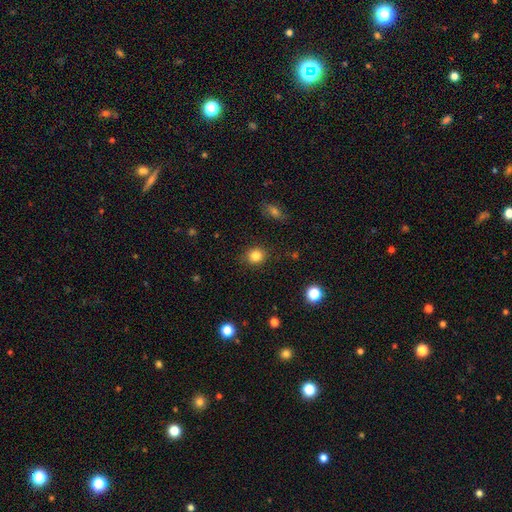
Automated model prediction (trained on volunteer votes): smooth-or-featured: smooth: 84% | star or artifact: 11% | featured or disk: 5%
  how-rounded: round: 79% | in between: 20% | cigar-shaped: 1%
  merging: none: 87% | minor disturbance: 9% | major disturbance: 3% | merger: 1%